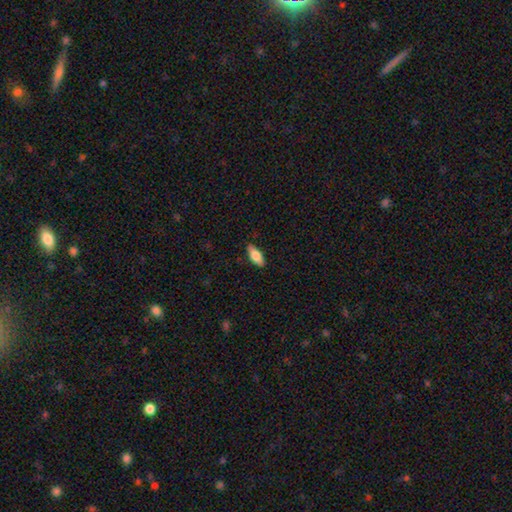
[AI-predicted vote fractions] The model was most divided on "how rounded": in between: 74%, cigar-shaped: 23%, round: 2%. More confident: merging — none (88%); smooth or featured — smooth (75%).